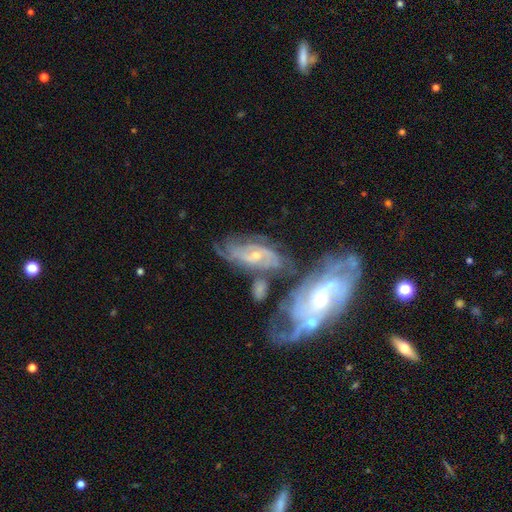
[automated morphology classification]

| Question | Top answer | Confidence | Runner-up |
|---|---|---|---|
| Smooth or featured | featured or disk | 82% | smooth (11%) |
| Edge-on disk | no | 93% | yes (7%) |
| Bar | no | 57% | weak (34%) |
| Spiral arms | yes | 92% | no (8%) |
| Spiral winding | tight | 46% | medium (39%) |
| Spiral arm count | can't tell | 34% | 2 (29%) |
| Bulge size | small | 59% | moderate (37%) |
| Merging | none | 40% | merger (32%) |